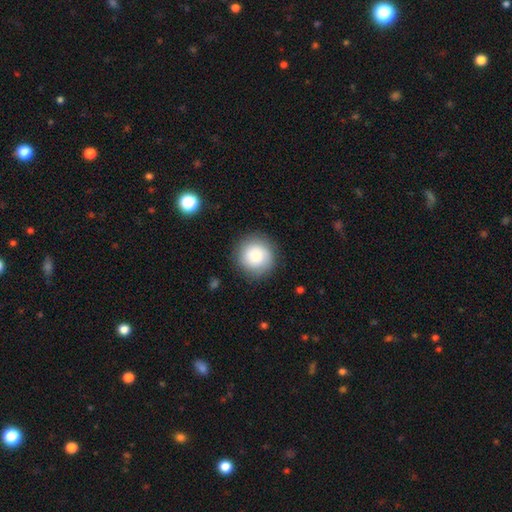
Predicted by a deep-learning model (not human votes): A smooth galaxy with no disk features (76%) that is round (94%). Merging: none (86%).